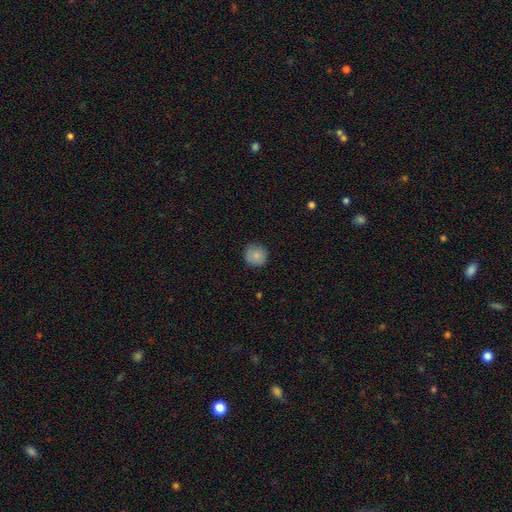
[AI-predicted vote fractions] smooth_or_featured: smooth (p=0.84) [alt: featured or disk p=0.08]
how_rounded: round (p=0.93) [alt: in between p=0.06]
merging: none (p=0.87) [alt: minor disturbance p=0.10]